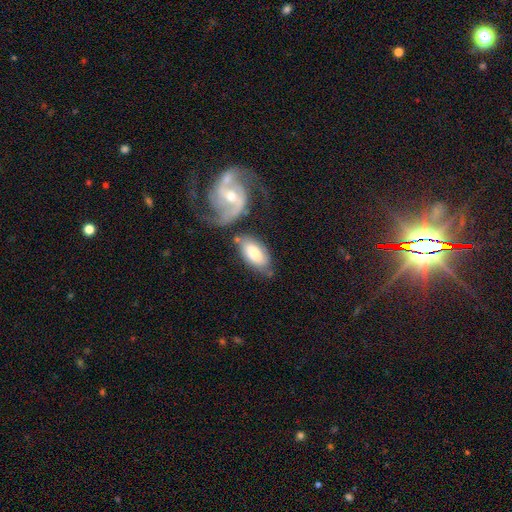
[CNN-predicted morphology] Smooth or featured? Predicted: smooth (p=0.67). How rounded? Predicted: in between (p=0.93). Merging? Predicted: none (p=0.47).